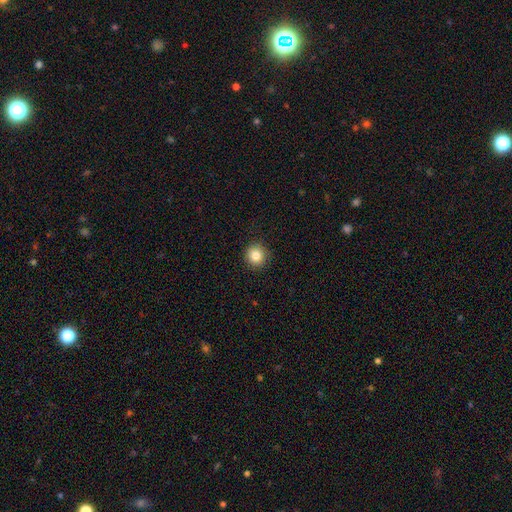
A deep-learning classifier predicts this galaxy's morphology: Smooth or featured? Predicted: smooth (p=0.85). How rounded? Predicted: round (p=0.93). Merging? Predicted: none (p=0.92).